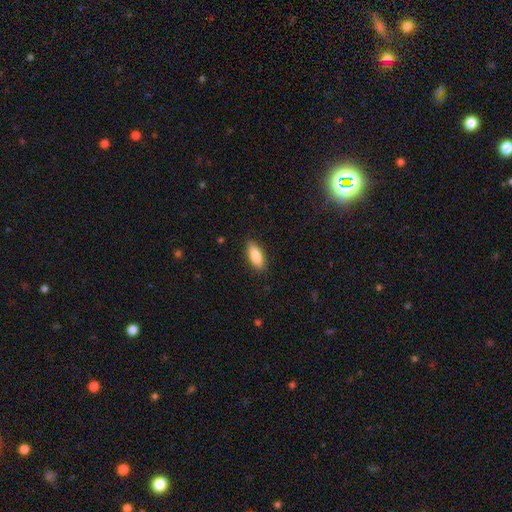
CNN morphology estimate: type=smooth (83%); roundness=in between (74%); merging=none (87%).